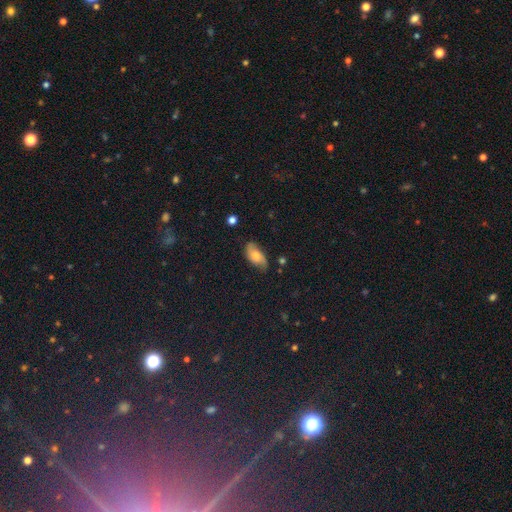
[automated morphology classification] A smooth galaxy with no disk features (54%) that is in between round and cigar-shaped (90%). Merging: none (69%).